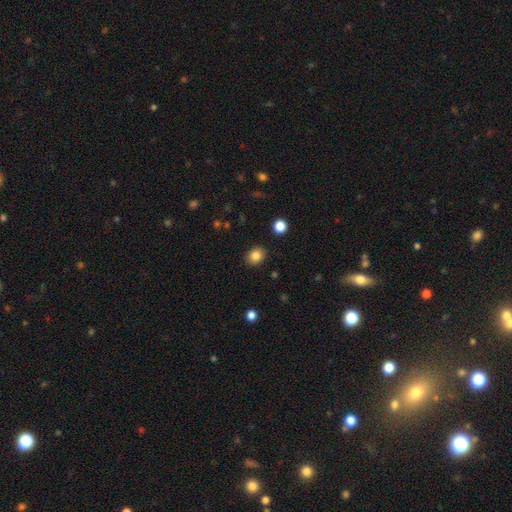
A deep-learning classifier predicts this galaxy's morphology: smooth_or_featured: smooth (p=0.84) [alt: star or artifact p=0.10]
how_rounded: round (p=0.65) [alt: in between p=0.34]
merging: none (p=0.89) [alt: minor disturbance p=0.07]